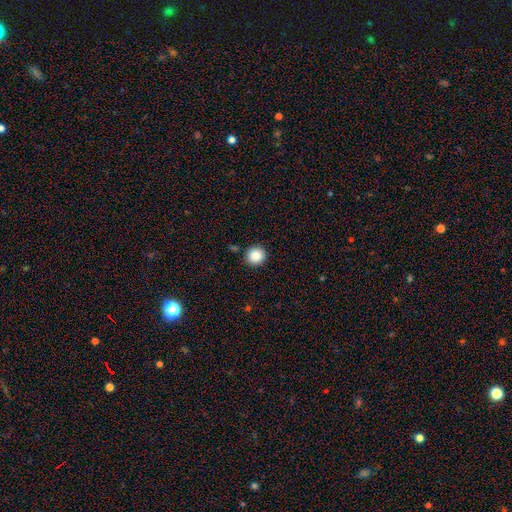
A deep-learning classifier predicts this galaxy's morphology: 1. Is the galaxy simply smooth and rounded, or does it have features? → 87% smooth, 9% star or artifact, 4% featured or disk.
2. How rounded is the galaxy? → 93% round, 6% in between, 1% cigar-shaped.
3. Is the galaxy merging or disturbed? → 90% none, 6% minor disturbance, 2% merger, 2% major disturbance.